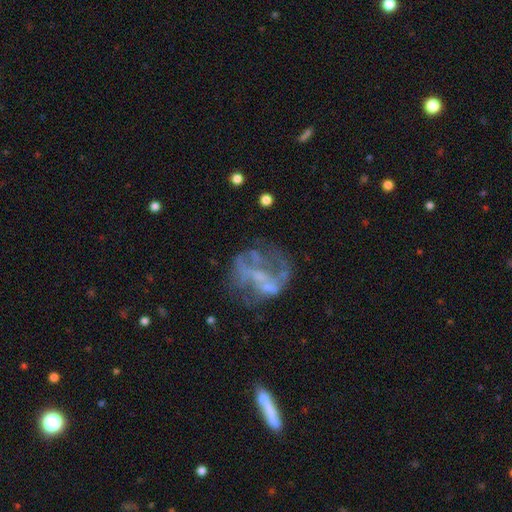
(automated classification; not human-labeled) The model was most divided on "merging": none: 43%, major disturbance: 32%, minor disturbance: 17%, merger: 9%. More confident: edge-on disk — no (97%); spiral arms — no (70%); smooth or featured — featured or disk (68%); bulge size — none (63%); bar — no (62%).